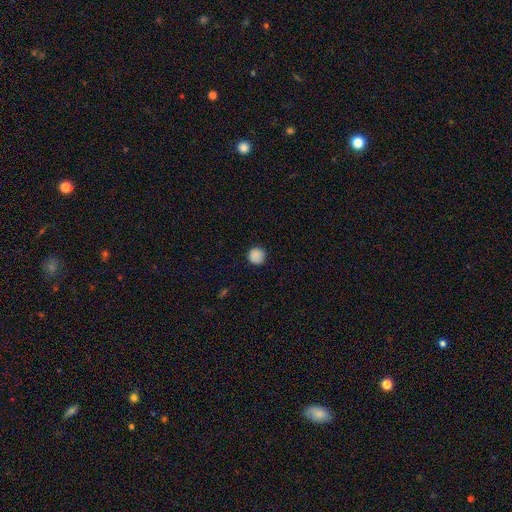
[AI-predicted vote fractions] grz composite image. It shows a smooth galaxy with no disk features (87%) that is round (94%). Merging: none (86%).